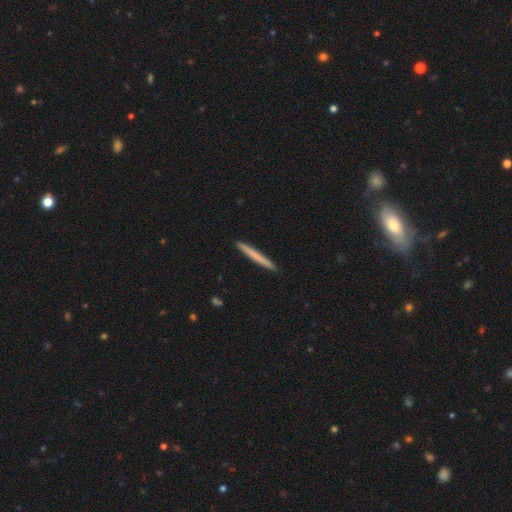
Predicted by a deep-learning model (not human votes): Q: Smooth or featured?
A: smooth (69%); runner-up: featured or disk (26%)
Q: How rounded?
A: cigar-shaped (97%); runner-up: in between (2%)
Q: Merging?
A: none (93%); runner-up: minor disturbance (5%)